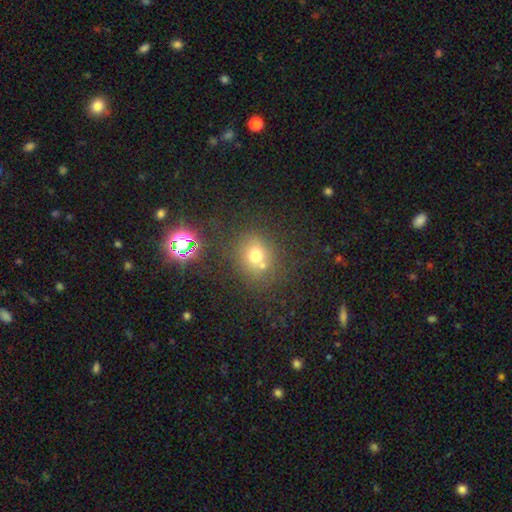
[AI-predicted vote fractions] A smooth galaxy with no disk features (65%) that is round (77%).

Vote fractions:
- Smooth or featured? smooth: 65% / star or artifact: 22% / featured or disk: 13%
- How rounded? round: 77% / in between: 22% / cigar-shaped: 1%
- Merging? none: 63% / merger: 20% / minor disturbance: 12% / major disturbance: 5%